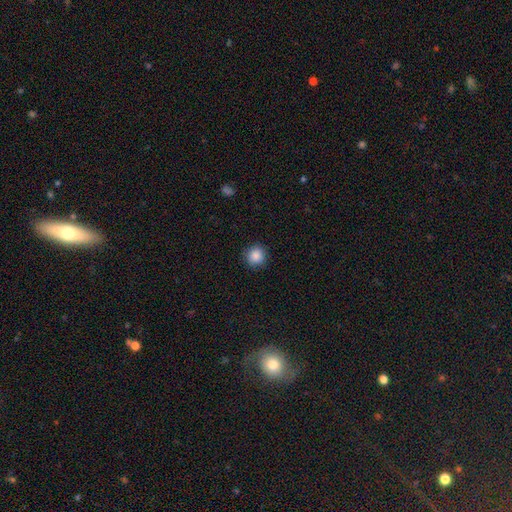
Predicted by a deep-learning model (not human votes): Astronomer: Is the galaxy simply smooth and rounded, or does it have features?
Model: smooth — 87%.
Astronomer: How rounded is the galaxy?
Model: round — 93%.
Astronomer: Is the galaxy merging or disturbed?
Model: none — 89%.